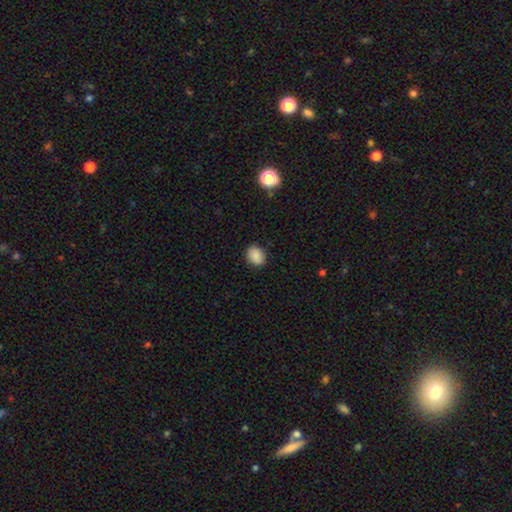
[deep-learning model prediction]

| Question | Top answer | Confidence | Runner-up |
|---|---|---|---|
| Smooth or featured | smooth | 86% | star or artifact (9%) |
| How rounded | round | 50% | in between (49%) |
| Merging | none | 85% | minor disturbance (12%) |